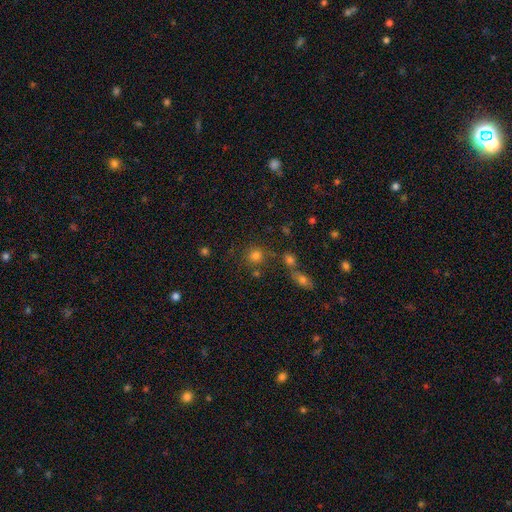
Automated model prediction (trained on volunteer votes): Smooth or featured?
  - smooth: 77% *
  - star or artifact: 15%
  - featured or disk: 7%
How rounded?
  - round: 86% *
  - in between: 13%
  - cigar-shaped: 1%
Merging?
  - none: 65% *
  - merger: 19%
  - minor disturbance: 10%
  - major disturbance: 5%